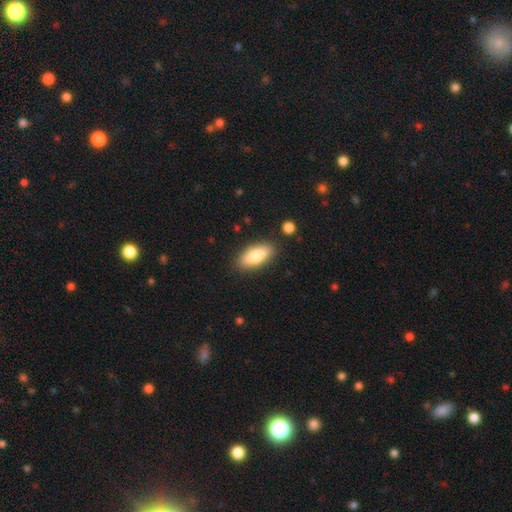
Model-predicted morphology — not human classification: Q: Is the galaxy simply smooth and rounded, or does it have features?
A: smooth — 81%.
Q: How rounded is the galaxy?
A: in between — 84%.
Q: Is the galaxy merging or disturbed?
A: none — 86%.